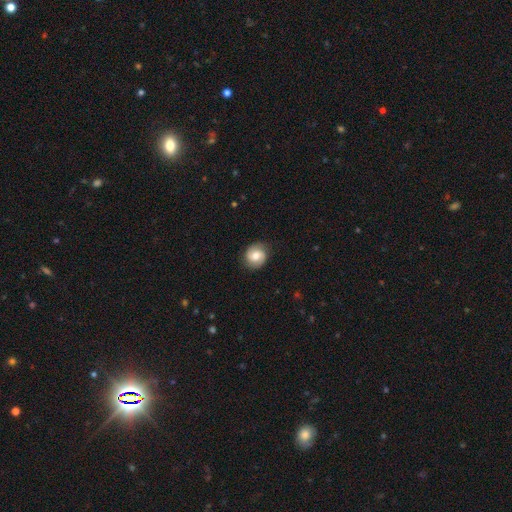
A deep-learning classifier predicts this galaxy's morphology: Overall: smooth (54%; featured or disk 38%). How rounded: round (76%). Merging: none (83%).